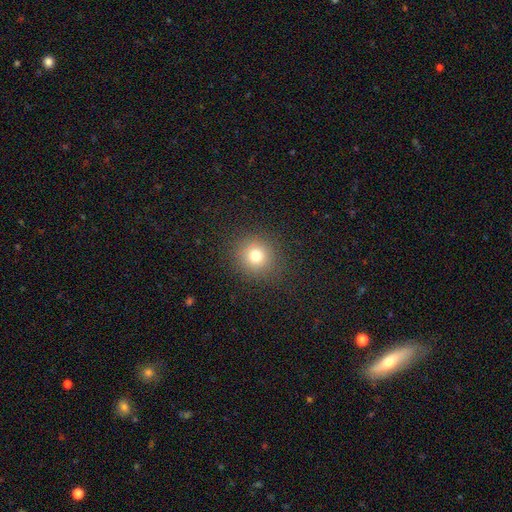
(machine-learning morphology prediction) This appears to be a smooth galaxy with no disk features (76%) that is round (89%). Merging: none (88%).